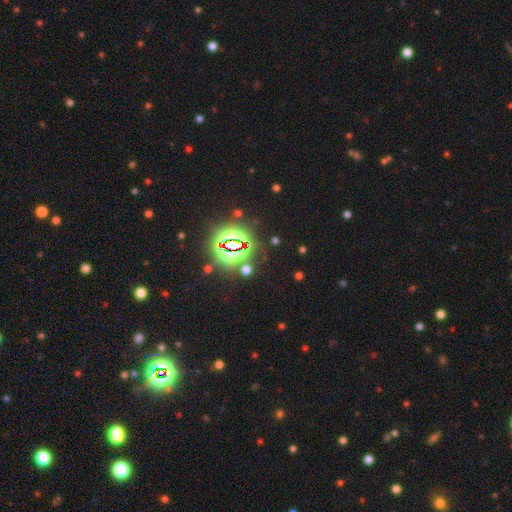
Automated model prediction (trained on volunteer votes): A star or artifact, not a galaxy (85%).

Vote fractions:
- Smooth or featured? star or artifact: 85% / smooth: 9% / featured or disk: 6%